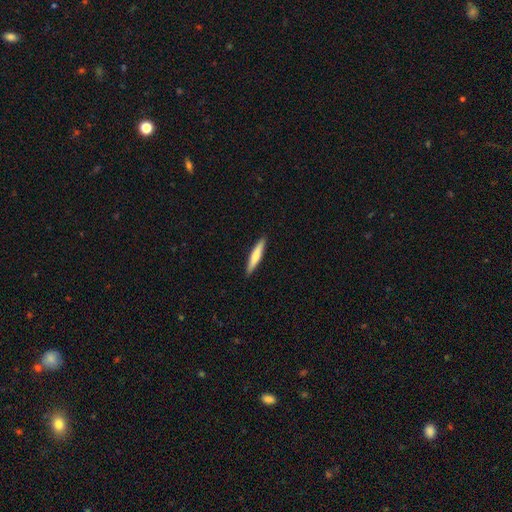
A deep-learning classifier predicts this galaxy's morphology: Overall: smooth (67%; featured or disk 28%). How rounded: cigar-shaped (91%). Merging: none (91%).